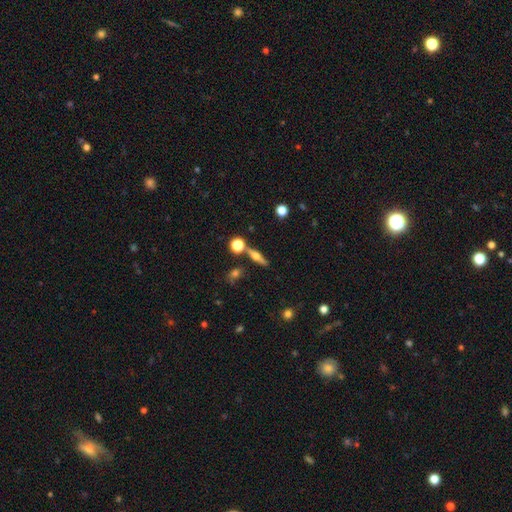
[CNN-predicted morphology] Q: Smooth or featured?
A: featured or disk (53%); runner-up: smooth (37%)
Q: Edge-on disk?
A: yes (92%); runner-up: no (8%)
Q: Merging?
A: none (75%); runner-up: merger (12%)